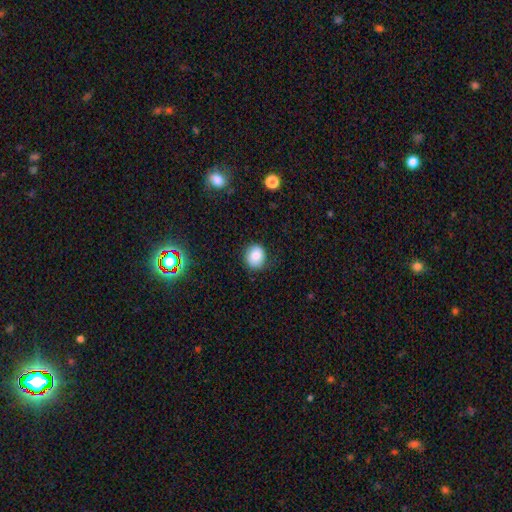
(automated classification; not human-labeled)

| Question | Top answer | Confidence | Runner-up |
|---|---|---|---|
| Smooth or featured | smooth | 82% | star or artifact (9%) |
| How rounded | round | 76% | in between (23%) |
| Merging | none | 79% | minor disturbance (16%) |